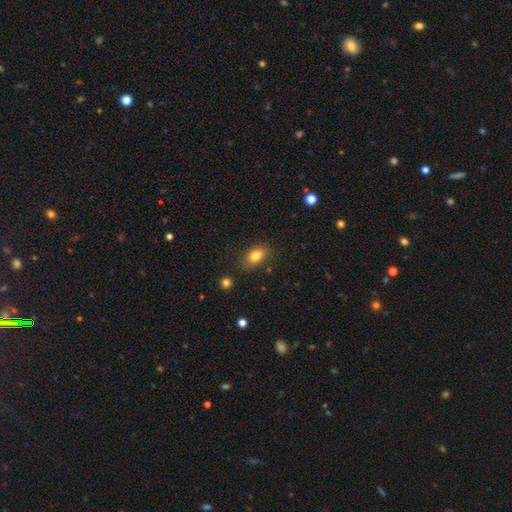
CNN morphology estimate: Q: Smooth or featured?
A: smooth (80%); runner-up: featured or disk (10%)
Q: How rounded?
A: in between (84%); runner-up: round (13%)
Q: Merging?
A: none (83%); runner-up: minor disturbance (12%)